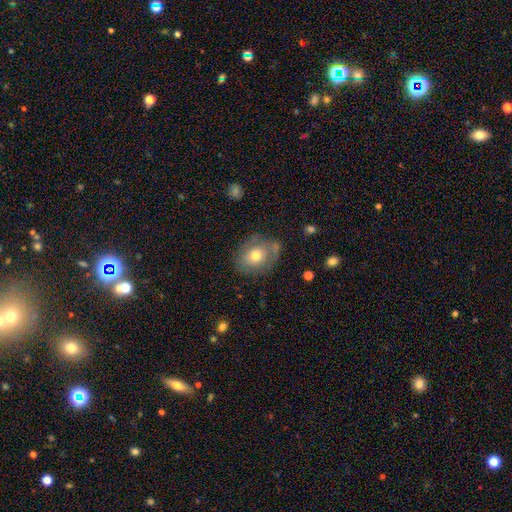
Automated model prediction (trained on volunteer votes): A smooth galaxy with no disk features (65%) that is round (55%).

Vote fractions:
- Smooth or featured? smooth: 65% / featured or disk: 26% / star or artifact: 9%
- How rounded? round: 55% / in between: 44% / cigar-shaped: 1%
- Merging? none: 70% / minor disturbance: 19% / major disturbance: 7% / merger: 4%